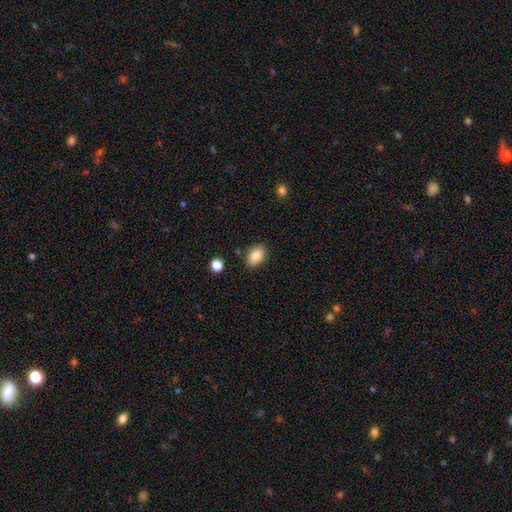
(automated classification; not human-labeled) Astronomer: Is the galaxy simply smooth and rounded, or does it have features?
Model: smooth — 85%.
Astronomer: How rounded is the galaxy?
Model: in between — 86%.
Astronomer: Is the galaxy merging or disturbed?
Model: none — 84%.